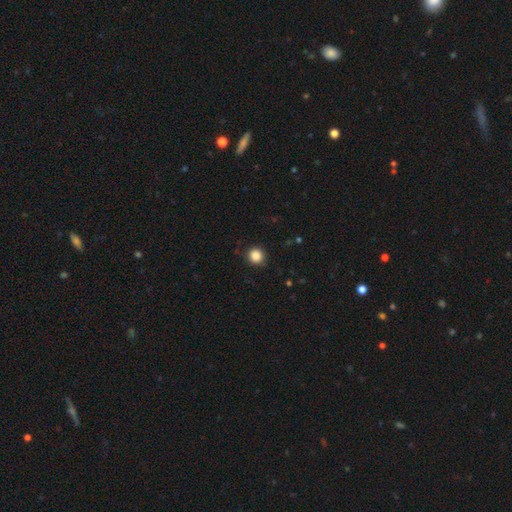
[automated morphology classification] Smooth or featured? smooth (86%)
How rounded? round (94%)
Merging? none (89%)